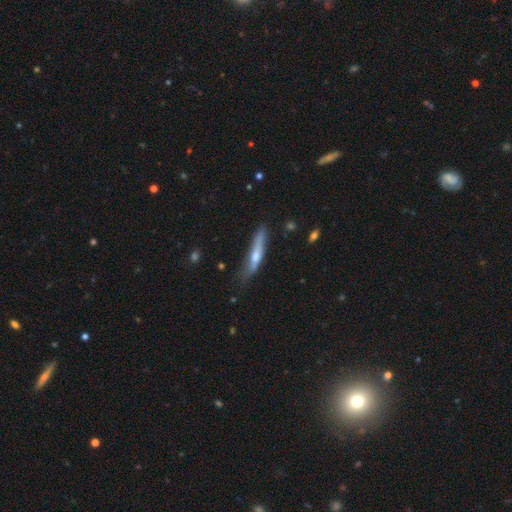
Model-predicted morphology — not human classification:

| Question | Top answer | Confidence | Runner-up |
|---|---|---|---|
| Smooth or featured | featured or disk | 47% | smooth (46%) |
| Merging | none | 62% | minor disturbance (27%) |